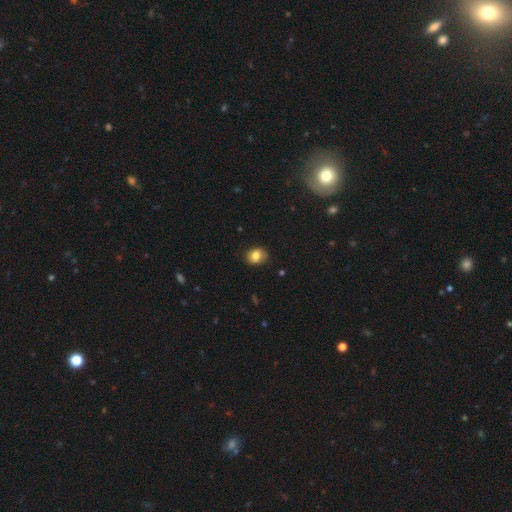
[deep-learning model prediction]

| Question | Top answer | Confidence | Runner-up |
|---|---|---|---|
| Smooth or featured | smooth | 82% | star or artifact (9%) |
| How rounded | in between | 52% | round (47%) |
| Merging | none | 83% | minor disturbance (13%) |